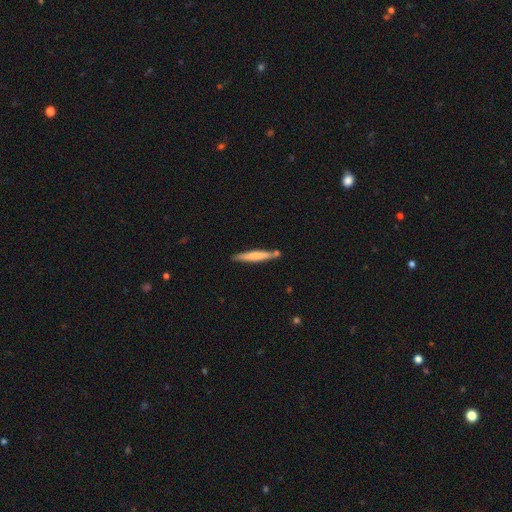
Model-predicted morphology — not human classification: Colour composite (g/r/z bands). It shows a smooth galaxy with no disk features (65%) that is cigar-shaped (95%). Merging: none (76%).